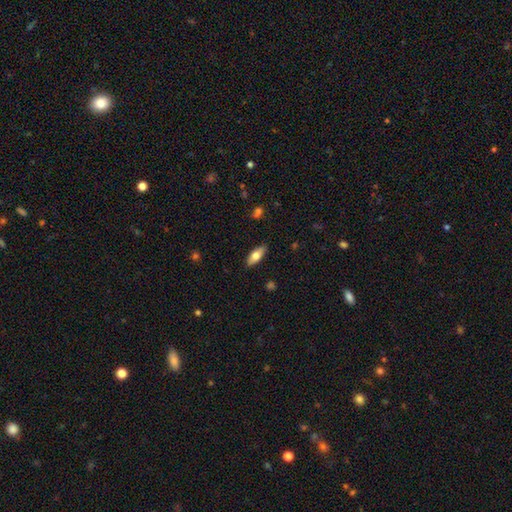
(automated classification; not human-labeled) Smooth or featured? Predicted: smooth (p=0.68). How rounded? Predicted: in between (p=0.74). Merging? Predicted: none (p=0.87).